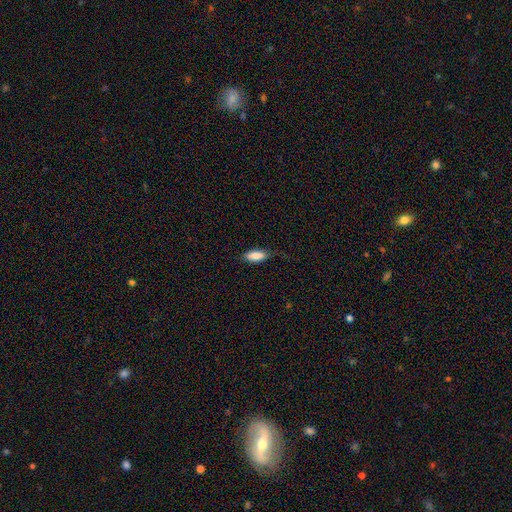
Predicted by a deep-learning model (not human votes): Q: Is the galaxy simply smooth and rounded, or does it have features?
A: smooth — 85%.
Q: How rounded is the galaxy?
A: in between — 83%.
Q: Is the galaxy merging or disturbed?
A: none — 69%.